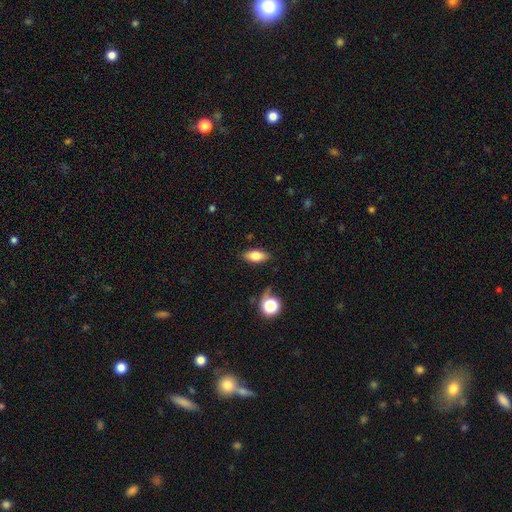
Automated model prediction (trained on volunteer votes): Overall: smooth (77%). How rounded: in between (86%). Merging: none (82%).